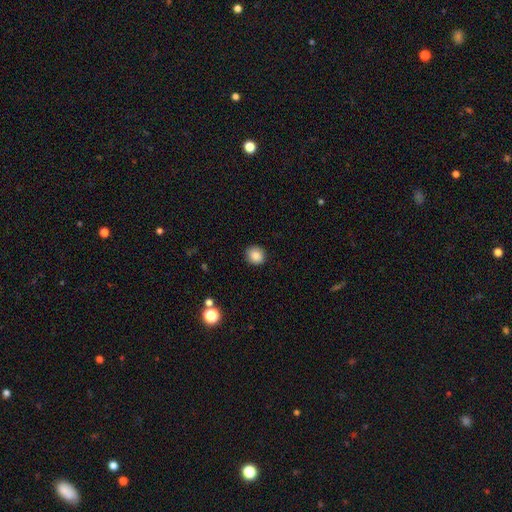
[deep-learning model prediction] smooth 86%, star or artifact 9%, featured or disk 4%. Down the decision tree: how rounded — round (81%); merging — none (89%).